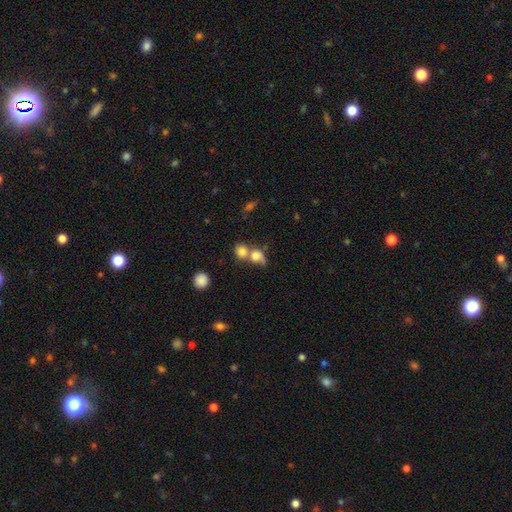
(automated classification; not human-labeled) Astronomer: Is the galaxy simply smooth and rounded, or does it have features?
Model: smooth — 76%.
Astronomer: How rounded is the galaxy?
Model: round — 63%.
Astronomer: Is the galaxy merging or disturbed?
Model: merger — 64%.